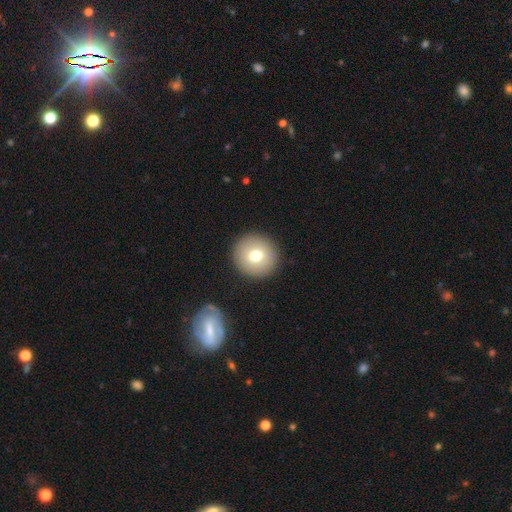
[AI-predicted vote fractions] smooth_or_featured: smooth (p=0.75) [alt: featured or disk p=0.16]
how_rounded: round (p=0.94) [alt: in between p=0.05]
merging: none (p=0.92) [alt: minor disturbance p=0.05]